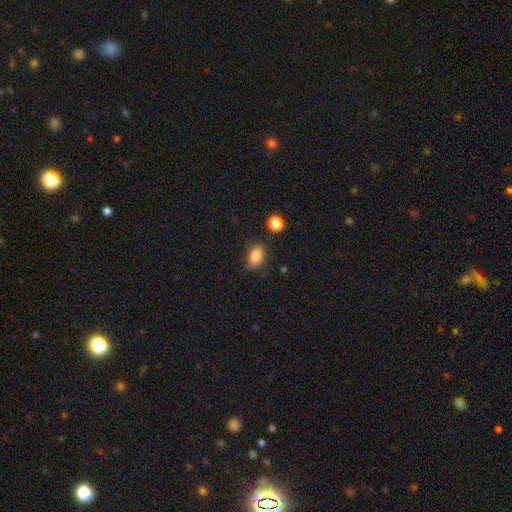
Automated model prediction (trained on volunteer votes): Overall: smooth (85%). How rounded: in between (85%). Merging: none (78%).